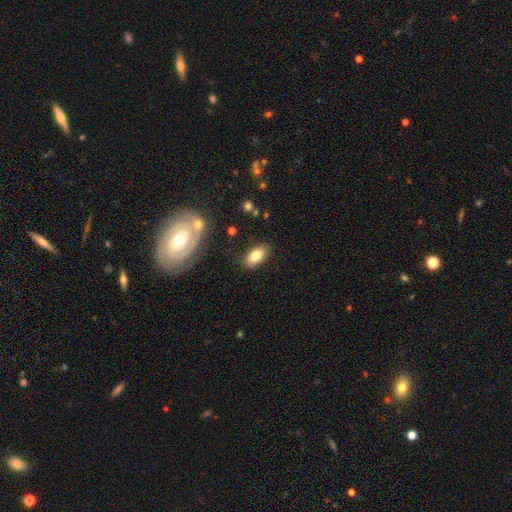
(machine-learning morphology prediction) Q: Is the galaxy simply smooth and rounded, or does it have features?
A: smooth — 78%.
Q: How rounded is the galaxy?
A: in between — 91%.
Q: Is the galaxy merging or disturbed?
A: none — 83%.